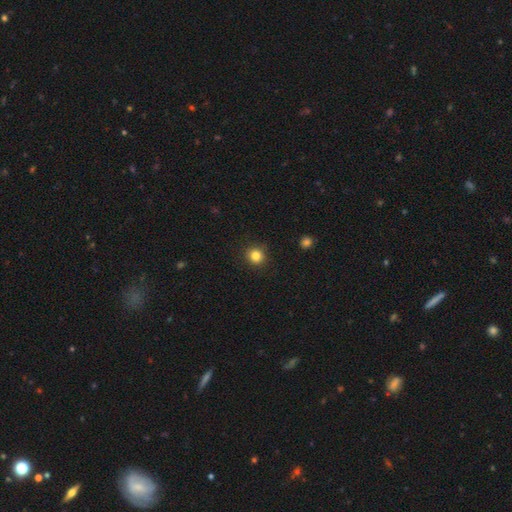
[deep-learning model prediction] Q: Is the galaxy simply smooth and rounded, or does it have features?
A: smooth — 84%.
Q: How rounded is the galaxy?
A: round — 92%.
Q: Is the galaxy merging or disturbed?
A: none — 91%.